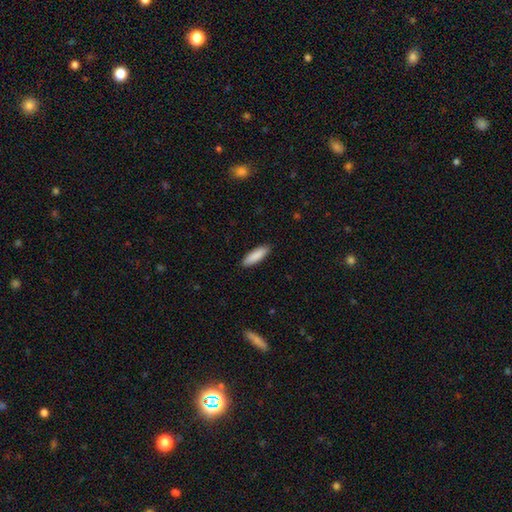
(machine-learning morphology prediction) smooth-or-featured: smooth: 89% | featured or disk: 6% | star or artifact: 6%
  how-rounded: cigar-shaped: 57% | in between: 41% | round: 1%
  merging: none: 90% | minor disturbance: 8% | major disturbance: 2% | merger: 1%